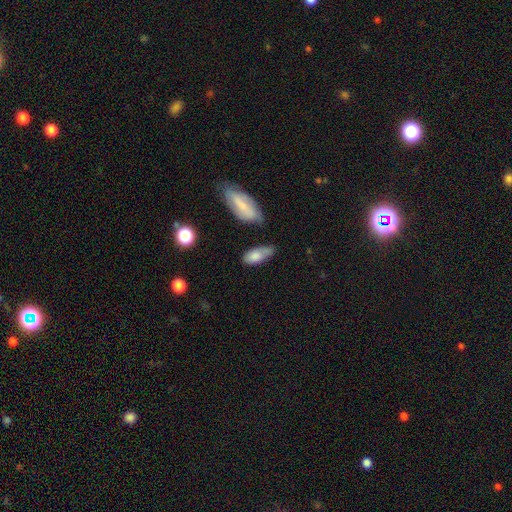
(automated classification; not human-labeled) A smooth galaxy with no disk features (77%) that is in between round and cigar-shaped (84%).

Vote fractions:
- Smooth or featured? smooth: 77% / featured or disk: 16% / star or artifact: 7%
- How rounded? in between: 84% / cigar-shaped: 13% / round: 3%
- Merging? none: 42% / minor disturbance: 37% / major disturbance: 12% / merger: 9%